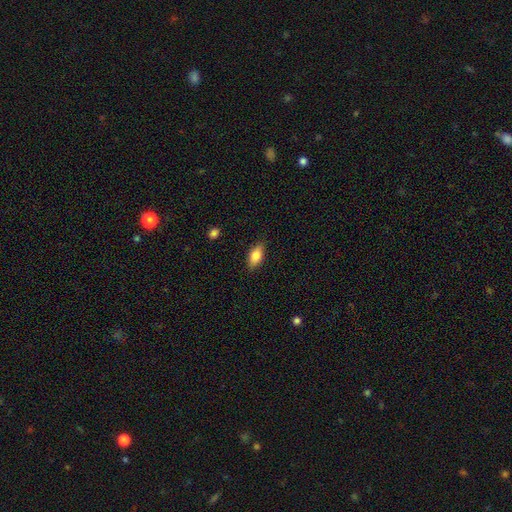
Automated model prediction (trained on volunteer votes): This is clearly a smooth galaxy (82%). How rounded: clearly in between (87%). Merging: clearly none (85%).